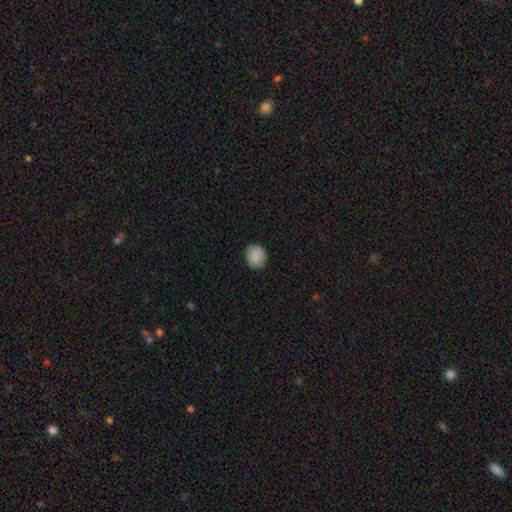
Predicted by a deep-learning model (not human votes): The model was most divided on "how rounded": round: 66%, in between: 33%, cigar-shaped: 1%. More confident: smooth or featured — smooth (88%); merging — none (87%).